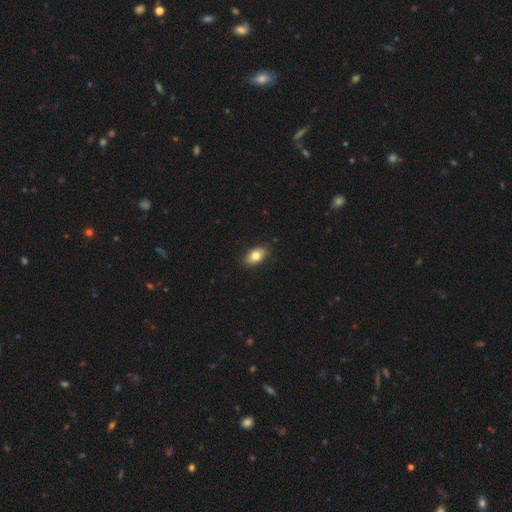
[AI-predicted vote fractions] A smooth galaxy with no disk features (78%) that is in between round and cigar-shaped (90%).

Vote fractions:
- Smooth or featured? smooth: 78% / featured or disk: 15% / star or artifact: 7%
- How rounded? in between: 90% / round: 7% / cigar-shaped: 3%
- Merging? none: 88% / minor disturbance: 10% / major disturbance: 2% / merger: 1%